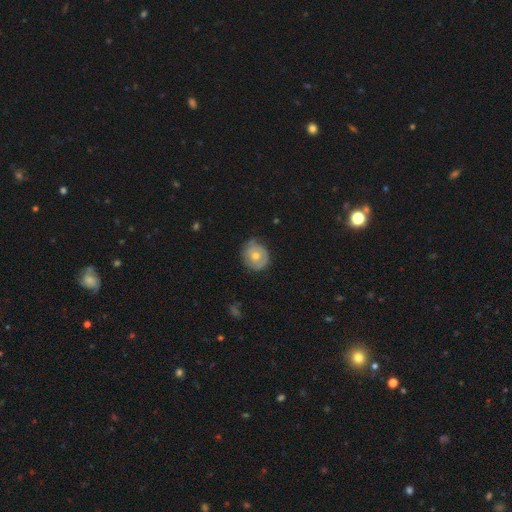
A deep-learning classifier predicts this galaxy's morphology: A featured or disk galaxy (50%). Merging: none (73%).